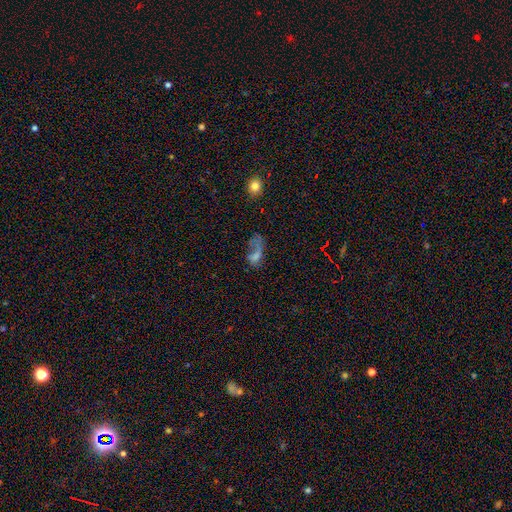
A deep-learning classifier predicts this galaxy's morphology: The model was most divided on "smooth or featured": smooth: 49%, featured or disk: 34%, star or artifact: 18%. Remaining: merging — major disturbance (50%).